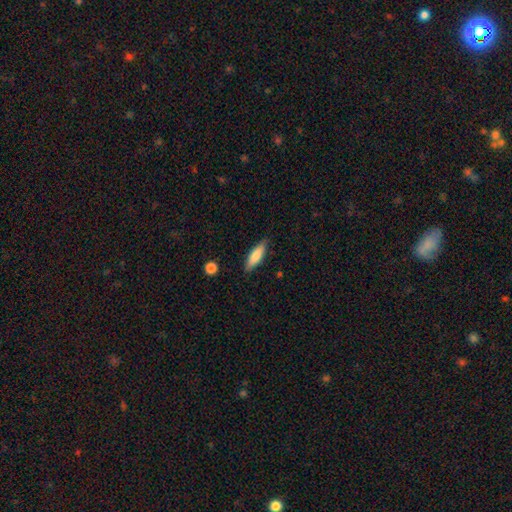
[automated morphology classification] A smooth galaxy with no disk features (76%) that is cigar-shaped (57%). Merging: none (85%).